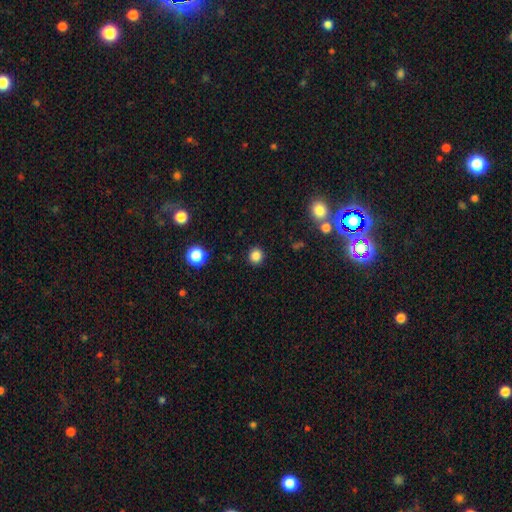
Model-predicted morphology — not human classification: smooth_or_featured: smooth (p=0.84) [alt: star or artifact p=0.13]
how_rounded: round (p=0.90) [alt: in between p=0.09]
merging: none (p=0.91) [alt: minor disturbance p=0.06]